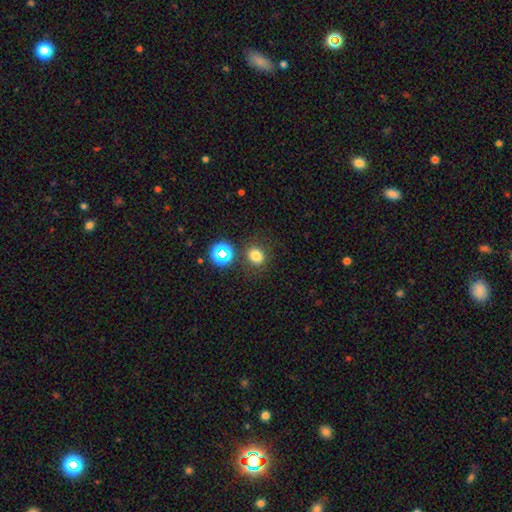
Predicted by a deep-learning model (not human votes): This is likely a smooth galaxy (75%). How rounded: likely round (68%). Merging: likely none (80%).